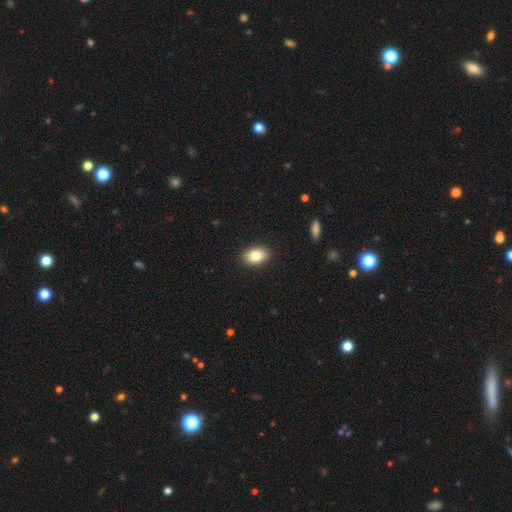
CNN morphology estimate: smooth 83%, featured or disk 9%, star or artifact 8%. Down the decision tree: how rounded — in between (86%); merging — none (89%).